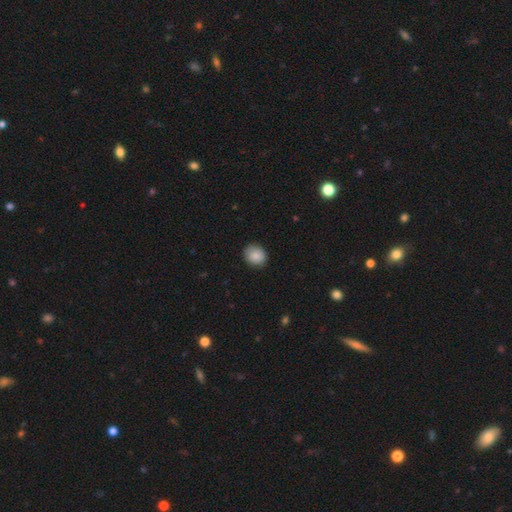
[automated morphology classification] Smooth or featured: smooth — 85% (star or artifact — 8%)
How rounded: round — 69% (in between — 30%)
Merging: none — 85% (minor disturbance — 12%)